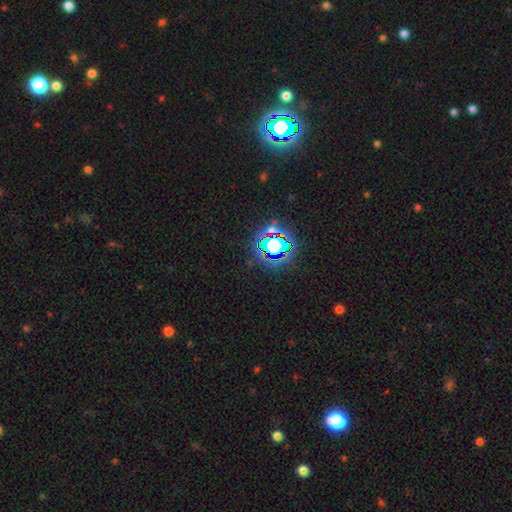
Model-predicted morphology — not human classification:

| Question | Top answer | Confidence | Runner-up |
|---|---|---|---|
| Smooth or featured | star or artifact | 82% | smooth (11%) |